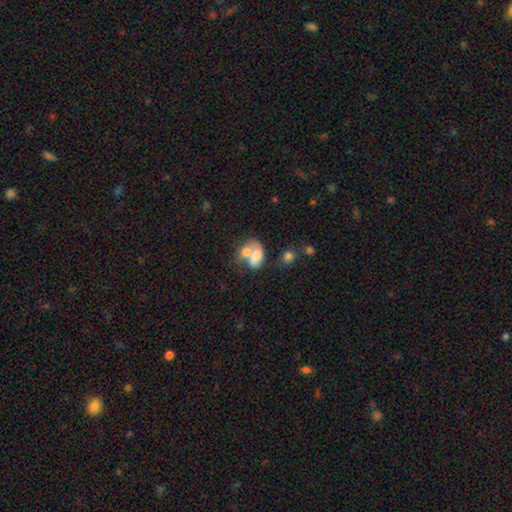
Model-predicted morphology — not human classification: smooth-or-featured: smooth: 64% | featured or disk: 27% | star or artifact: 9%
  how-rounded: in between: 78% | round: 20% | cigar-shaped: 2%
  merging: merger: 68% | none: 15% | major disturbance: 9% | minor disturbance: 8%